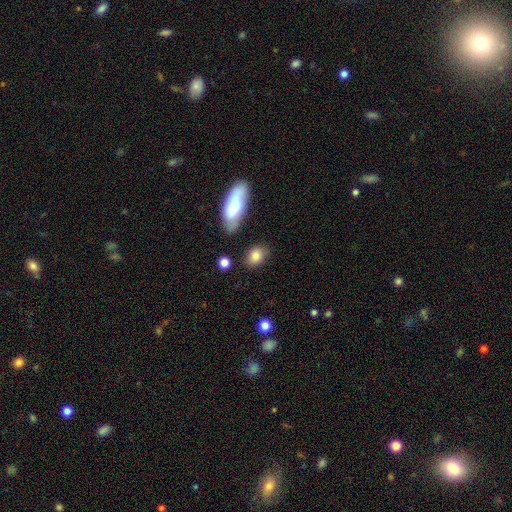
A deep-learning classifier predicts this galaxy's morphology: smooth_or_featured: smooth (p=0.83) [alt: featured or disk p=0.09]
how_rounded: in between (p=0.71) [alt: round p=0.26]
merging: none (p=0.79) [alt: minor disturbance p=0.13]